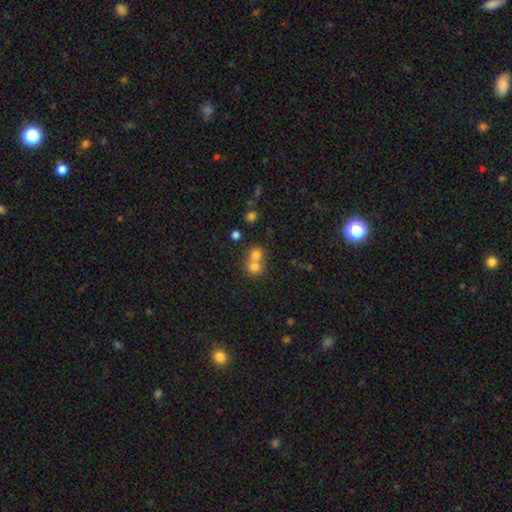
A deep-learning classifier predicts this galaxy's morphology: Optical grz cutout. It shows a smooth galaxy with no disk features (74%) that is round (76%). Merging: merger (61%).